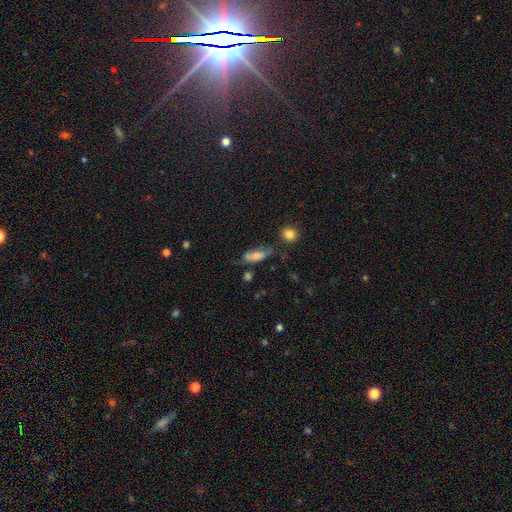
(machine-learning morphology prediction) Smooth or featured? smooth (62%)
How rounded? in between (72%)
Merging? none (48%)